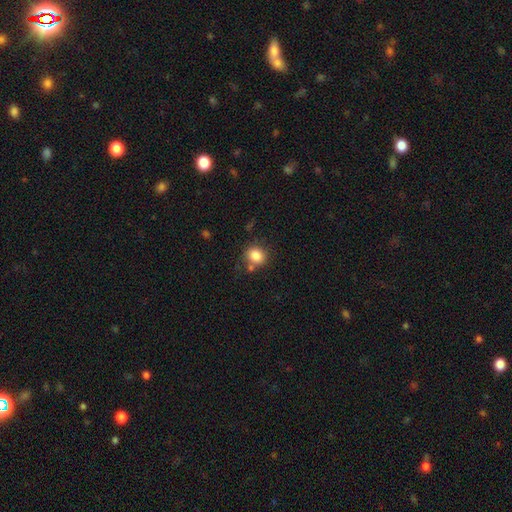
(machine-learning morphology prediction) Overall: smooth (84%). How rounded: round (70%; in between 30%). Merging: none (69%).